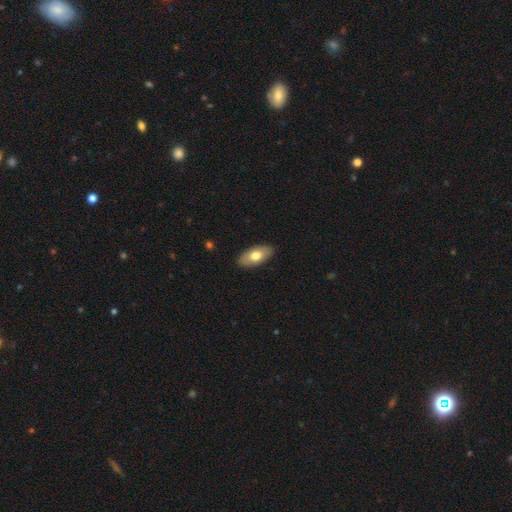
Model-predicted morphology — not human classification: smooth-or-featured: smooth: 70% | featured or disk: 24% | star or artifact: 6%
  how-rounded: in between: 92% | cigar-shaped: 5% | round: 3%
  merging: none: 88% | minor disturbance: 9% | major disturbance: 2% | merger: 1%